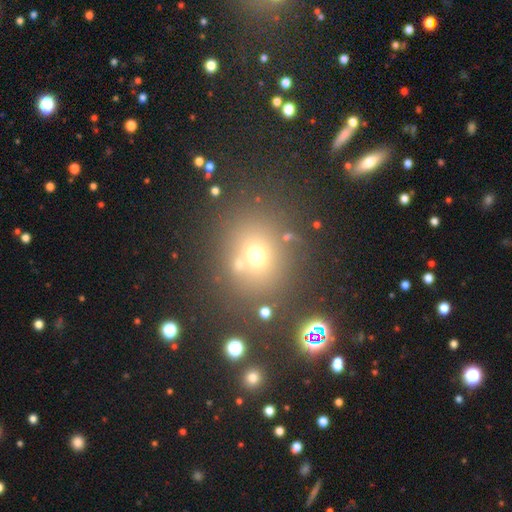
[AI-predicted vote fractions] smooth 57%, star or artifact 30%, featured or disk 13%. Down the decision tree: how rounded — round (74%); merging — none (70%).